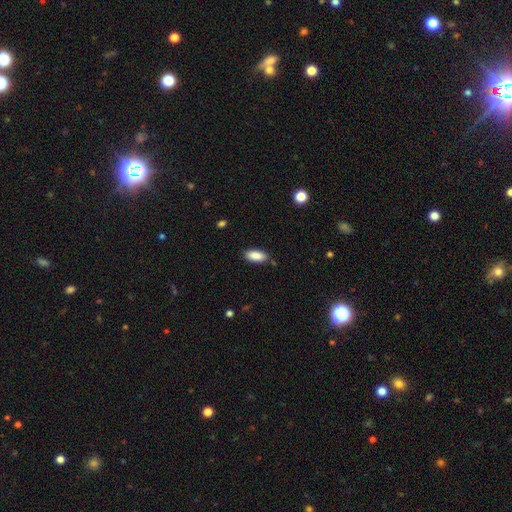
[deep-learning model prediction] smooth_or_featured: smooth (p=0.88) [alt: star or artifact p=0.07]
how_rounded: in between (p=0.87) [alt: cigar-shaped p=0.11]
merging: none (p=0.82) [alt: minor disturbance p=0.13]